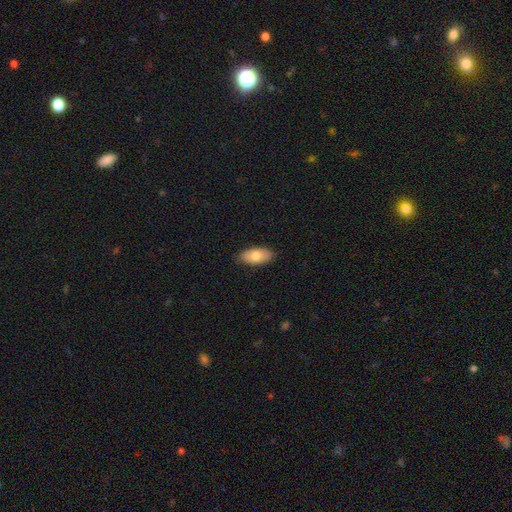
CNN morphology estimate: A smooth galaxy with no disk features (78%) that is in between round and cigar-shaped (91%).

Vote fractions:
- Smooth or featured? smooth: 78% / featured or disk: 16% / star or artifact: 6%
- How rounded? in between: 91% / cigar-shaped: 6% / round: 3%
- Merging? none: 87% / minor disturbance: 10% / major disturbance: 2% / merger: 1%